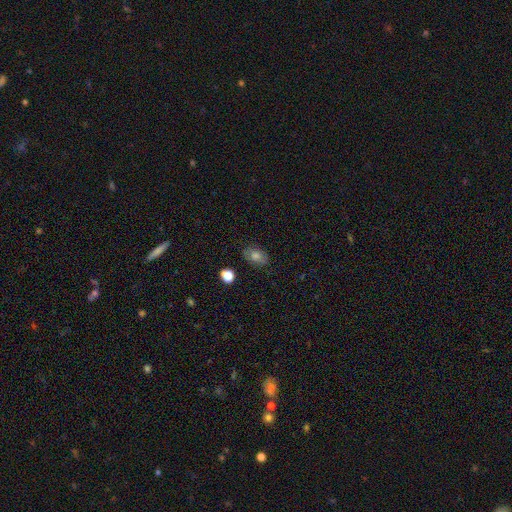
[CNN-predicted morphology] smooth_or_featured: smooth (p=0.67) [alt: featured or disk p=0.18]
how_rounded: in between (p=0.80) [alt: round p=0.18]
merging: none (p=0.83) [alt: minor disturbance p=0.12]